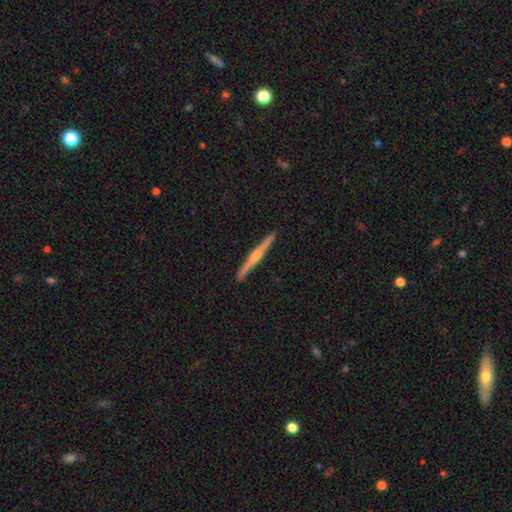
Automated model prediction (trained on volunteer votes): smooth_or_featured: featured or disk (p=0.76) [alt: smooth p=0.19]
disk_edge_on: yes (p=0.98) [alt: no p=0.02]
edge_on_bulge: rounded (p=0.85) [alt: boxy p=0.08]
merging: none (p=0.92) [alt: minor disturbance p=0.06]